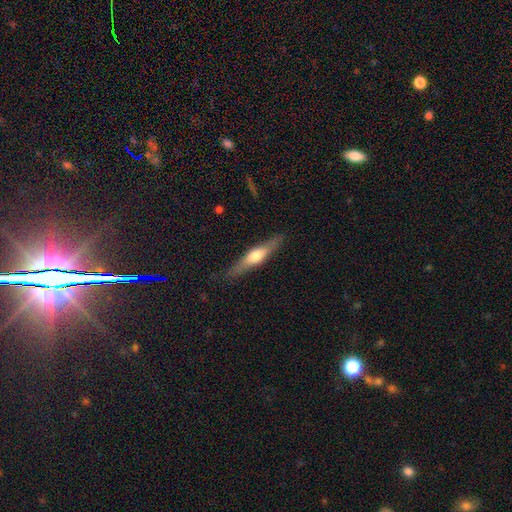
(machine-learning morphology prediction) featured or disk 54%, smooth 40%, star or artifact 6%. Down the decision tree: edge-on disk — yes (92%); edge-on bulge — rounded (88%); merging — none (86%).